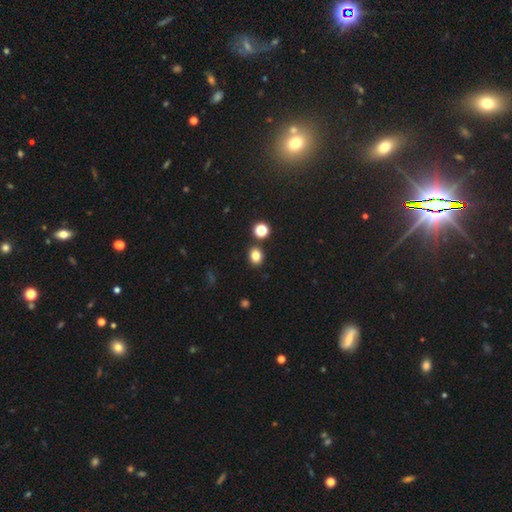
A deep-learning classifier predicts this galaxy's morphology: This is clearly a smooth galaxy (81%). How rounded: possibly round (57%). Merging: clearly none (84%).